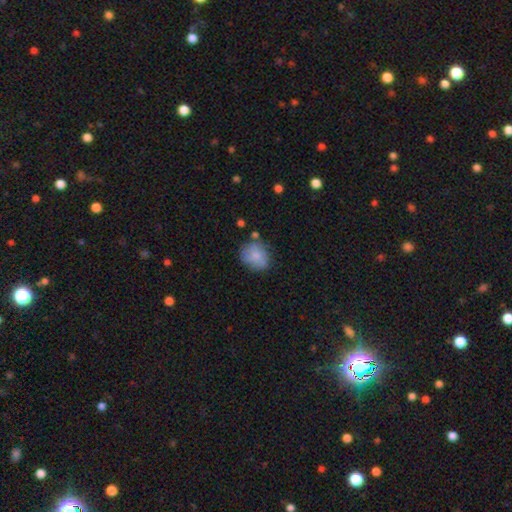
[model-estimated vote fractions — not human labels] Overall: smooth (73%). How rounded: round (72%). Merging: none (65%).